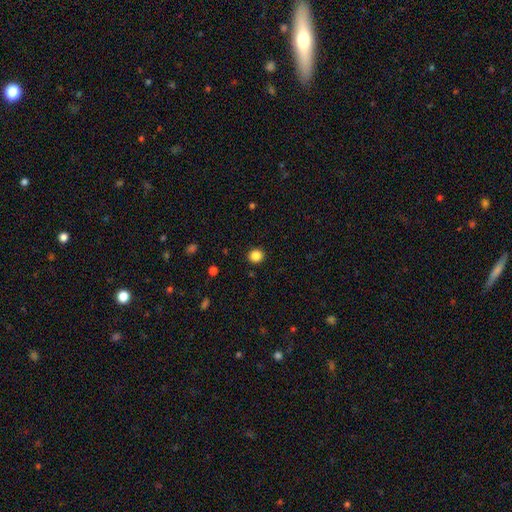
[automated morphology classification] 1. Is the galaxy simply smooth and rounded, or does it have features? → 85% smooth, 12% star or artifact, 3% featured or disk.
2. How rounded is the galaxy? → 91% round, 8% in between, 1% cigar-shaped.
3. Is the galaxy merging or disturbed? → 92% none, 5% minor disturbance, 2% major disturbance, 1% merger.